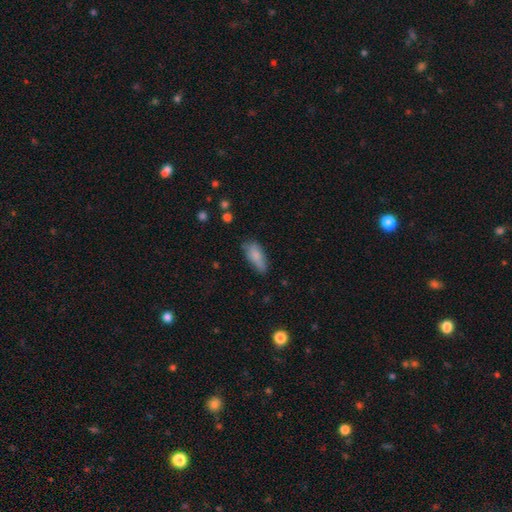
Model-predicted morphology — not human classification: smooth 81%, featured or disk 12%, star or artifact 7%. Down the decision tree: how rounded — in between (79%); merging — none (60%).